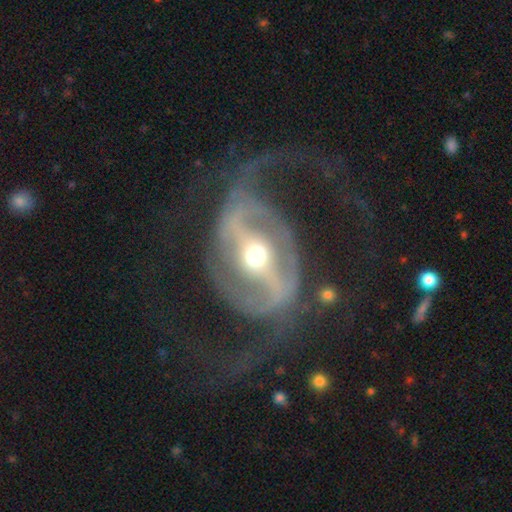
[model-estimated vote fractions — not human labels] Smooth or featured? featured or disk (85%)
Edge-on disk? no (95%)
Bar? strong (65%)
Spiral arms? yes (75%)
Spiral winding? medium (44%)
Spiral arm count? 2 (88%)
Bulge size? moderate (74%)
Merging? none (64%)